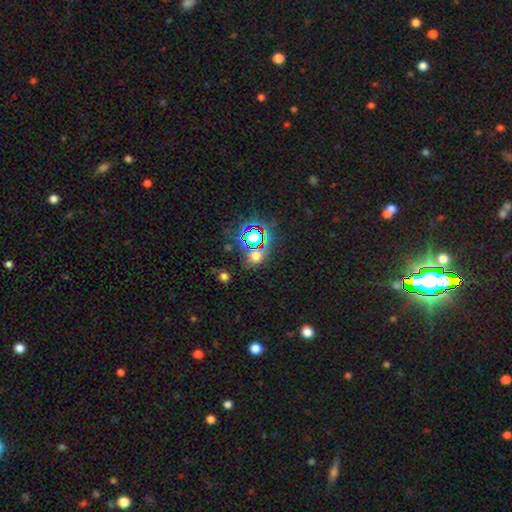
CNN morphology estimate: Smooth or featured?
  - smooth: 46% *
  - star or artifact: 45%
  - featured or disk: 9%
Merging?
  - none: 71% *
  - minor disturbance: 11%
  - merger: 11%
  - major disturbance: 6%